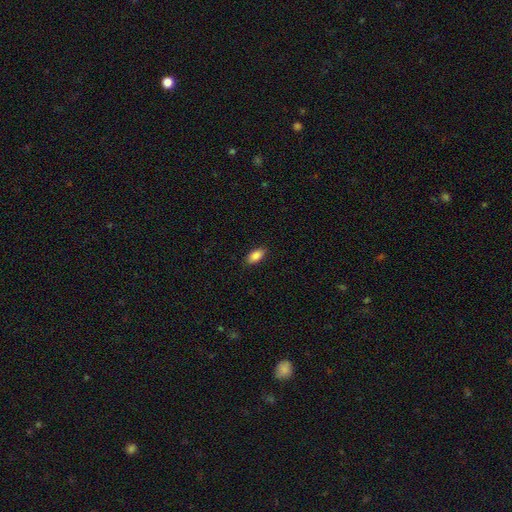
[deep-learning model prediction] A smooth galaxy with no disk features (88%) that is in between round and cigar-shaped (91%). Merging: none (88%).